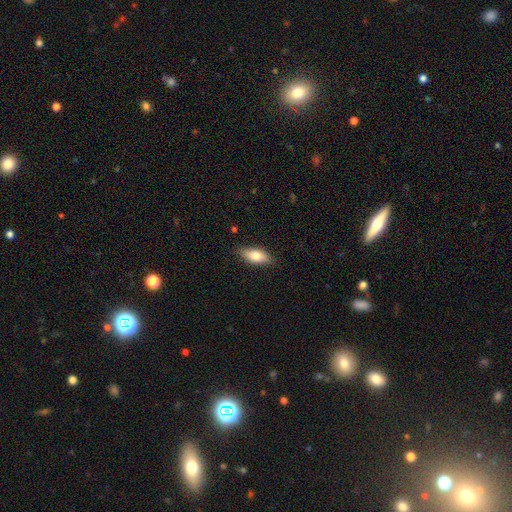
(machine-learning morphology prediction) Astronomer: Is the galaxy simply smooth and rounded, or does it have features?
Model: smooth — 75%.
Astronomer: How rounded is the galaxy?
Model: in between — 82%.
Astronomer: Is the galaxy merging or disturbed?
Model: none — 85%.